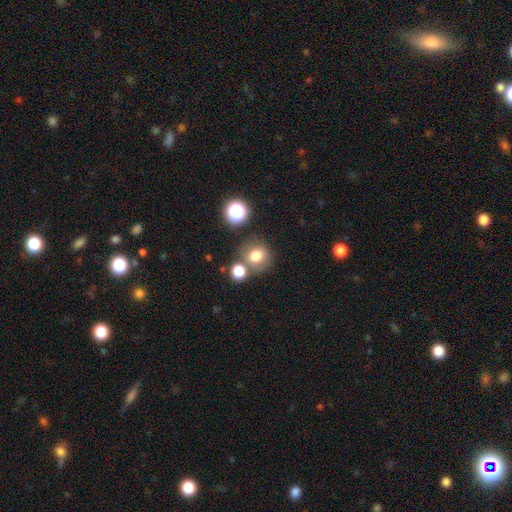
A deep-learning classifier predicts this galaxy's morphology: The model was most divided on "merging": none: 66%, merger: 18%, minor disturbance: 12%, major disturbance: 5%. More confident: how rounded — round (81%); smooth or featured — smooth (74%).